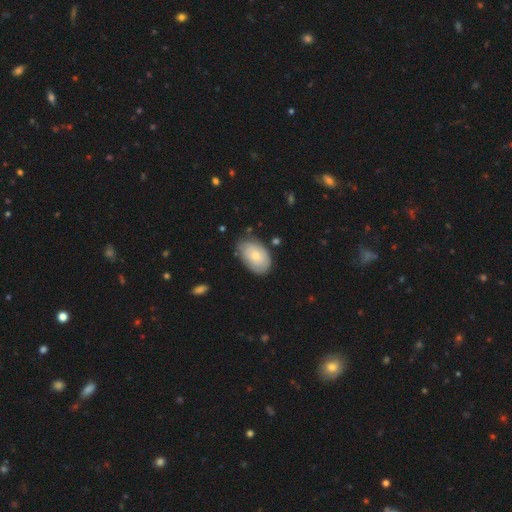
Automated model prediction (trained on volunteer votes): smooth 61%, featured or disk 33%, star or artifact 6%. Down the decision tree: how rounded — in between (90%); merging — none (74%).